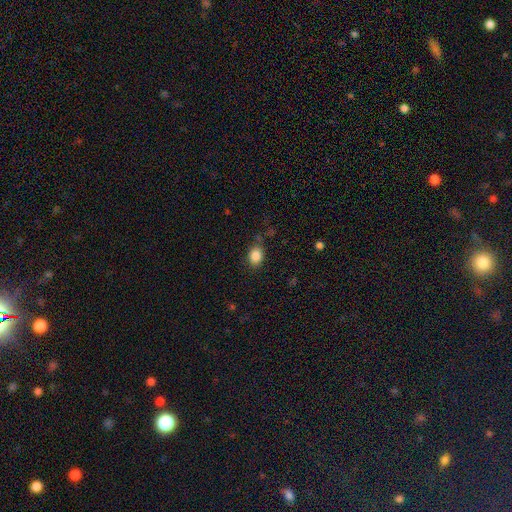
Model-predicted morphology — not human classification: Overall: smooth (85%). How rounded: in between (57%; round 42%). Merging: none (78%).